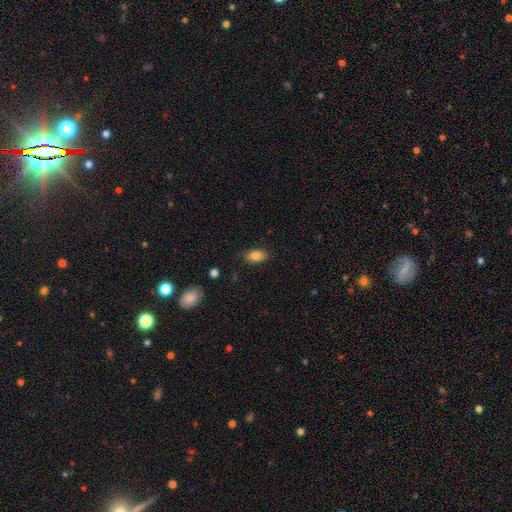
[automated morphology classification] Q: Smooth or featured?
A: smooth (84%); runner-up: star or artifact (8%)
Q: How rounded?
A: in between (90%); runner-up: round (7%)
Q: Merging?
A: none (84%); runner-up: minor disturbance (12%)